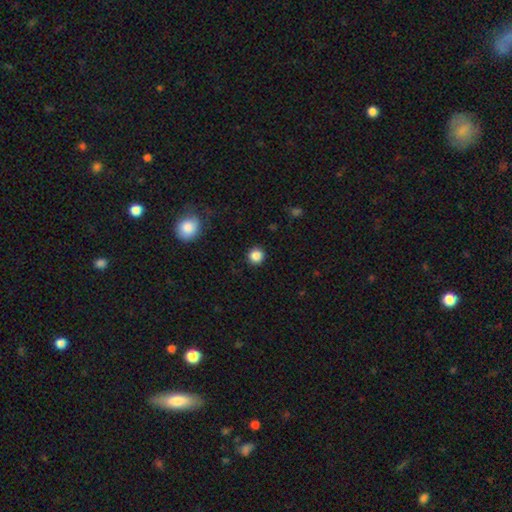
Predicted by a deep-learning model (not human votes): Smooth or featured? Predicted: smooth (p=0.86). How rounded? Predicted: round (p=0.94). Merging? Predicted: none (p=0.92).